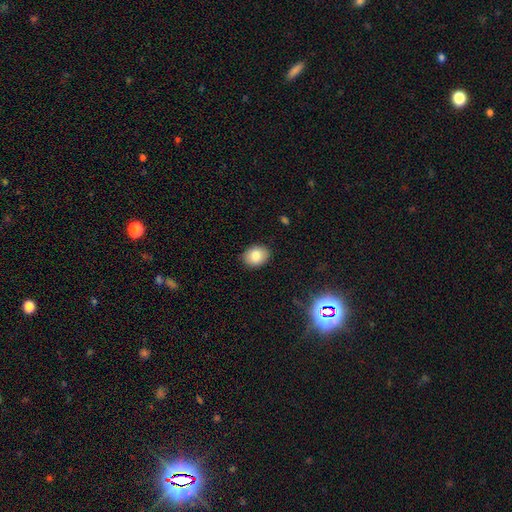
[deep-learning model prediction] Smooth or featured? Predicted: smooth (p=0.81). How rounded? Predicted: in between (p=0.61). Merging? Predicted: none (p=0.89).